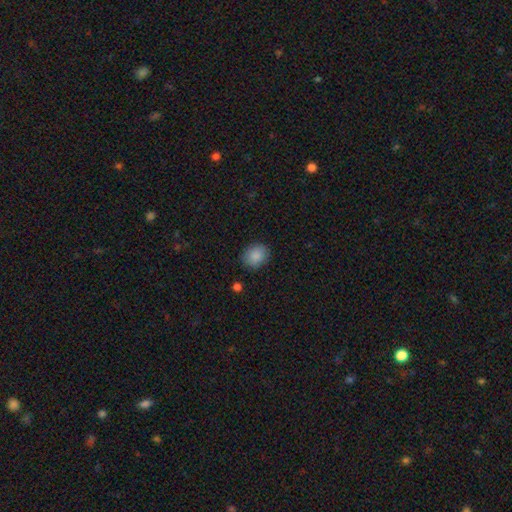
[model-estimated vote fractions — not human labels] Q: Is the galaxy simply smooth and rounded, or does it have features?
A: smooth — 88%.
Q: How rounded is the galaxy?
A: in between — 50%.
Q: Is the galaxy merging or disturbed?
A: none — 86%.